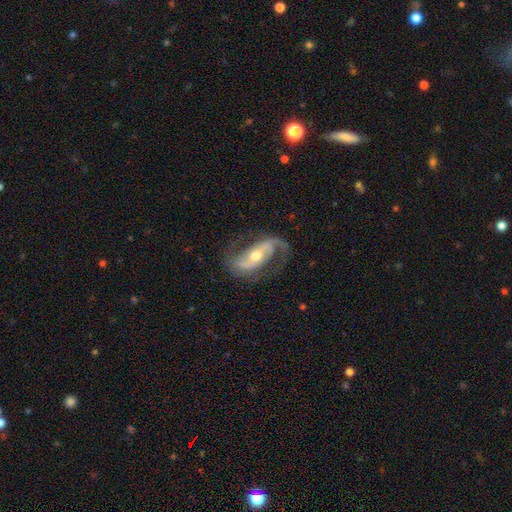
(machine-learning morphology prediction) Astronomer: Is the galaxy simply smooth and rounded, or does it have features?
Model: featured or disk — 89%.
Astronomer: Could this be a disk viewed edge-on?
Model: no — 96%.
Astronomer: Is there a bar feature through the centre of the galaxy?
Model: strong — 41% (runner-up: weak, 31%).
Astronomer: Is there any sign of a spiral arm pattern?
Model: yes — 96%.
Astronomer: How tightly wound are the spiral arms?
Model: medium — 47% (runner-up: loose, 37%).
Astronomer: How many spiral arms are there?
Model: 2 — 89%.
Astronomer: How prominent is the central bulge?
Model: moderate — 58% (runner-up: small, 37%).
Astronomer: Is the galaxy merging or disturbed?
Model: none — 73%.